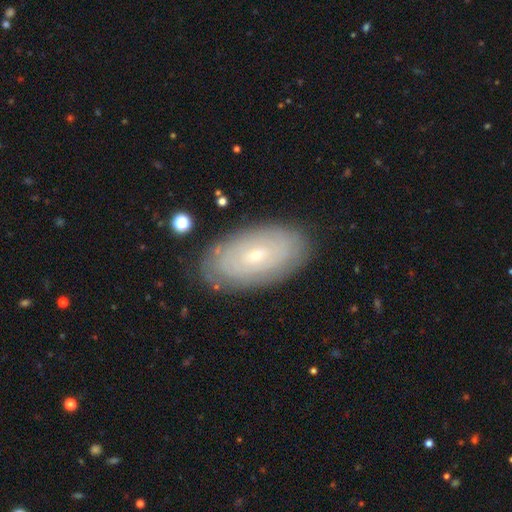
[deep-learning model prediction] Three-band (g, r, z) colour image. It shows a featured or disk galaxy (61%) with no bar (70%), spiral arms (70%) and a small central bulge (72%). Merging: none (84%).